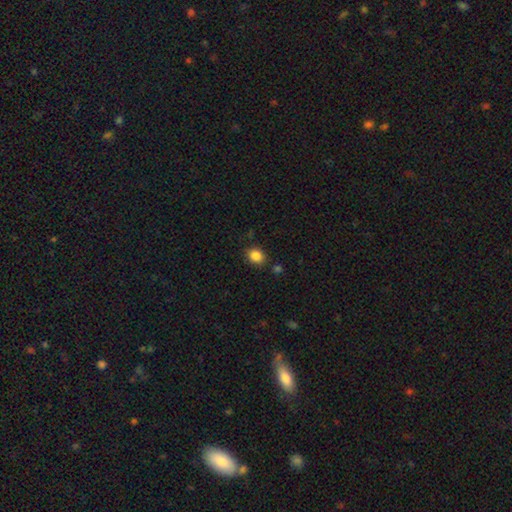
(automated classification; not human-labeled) Smooth or featured? Predicted: smooth (p=0.86). How rounded? Predicted: round (p=0.62). Merging? Predicted: none (p=0.84).